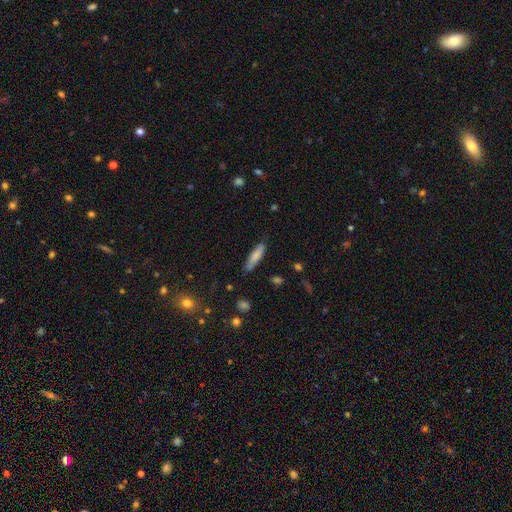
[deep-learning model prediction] A smooth galaxy with no disk features (78%) that is cigar-shaped (74%).

Vote fractions:
- Smooth or featured? smooth: 78% / featured or disk: 16% / star or artifact: 7%
- How rounded? cigar-shaped: 74% / in between: 24% / round: 2%
- Merging? none: 79% / minor disturbance: 16% / major disturbance: 3% / merger: 2%